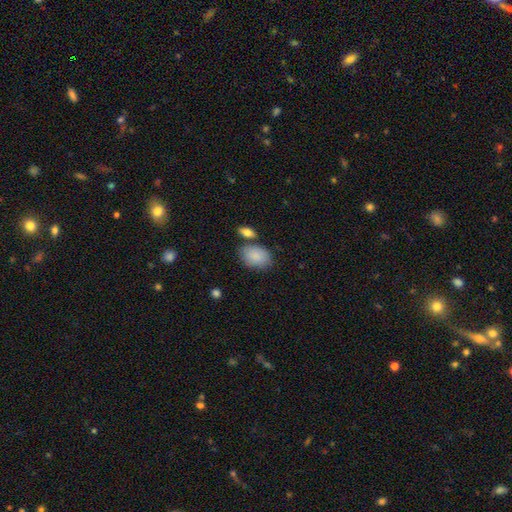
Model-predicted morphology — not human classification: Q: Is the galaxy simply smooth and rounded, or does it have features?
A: smooth — 87%.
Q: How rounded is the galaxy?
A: in between — 82%.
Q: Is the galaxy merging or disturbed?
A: none — 68%.